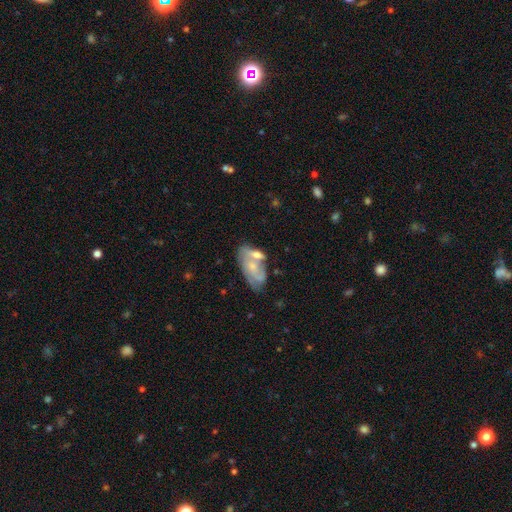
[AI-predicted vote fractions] Smooth or featured?
  - featured or disk: 50% *
  - smooth: 43%
  - star or artifact: 7%
Edge-on disk?
  - no: 89% *
  - yes: 11%
Merging?
  - merger: 40% *
  - none: 33%
  - minor disturbance: 17%
  - major disturbance: 9%